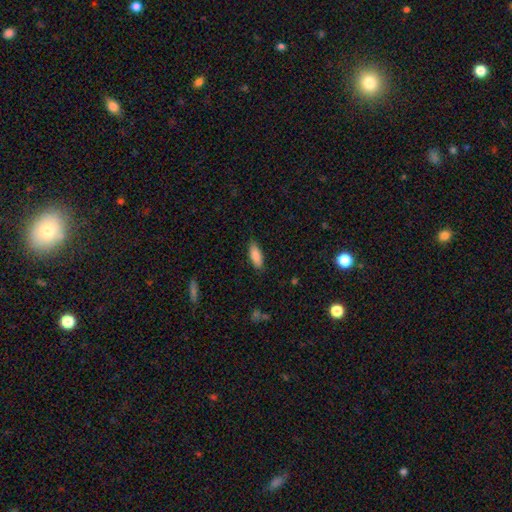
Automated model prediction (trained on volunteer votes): This is clearly a smooth galaxy (88%). How rounded: likely in between (72%). Merging: clearly none (83%).